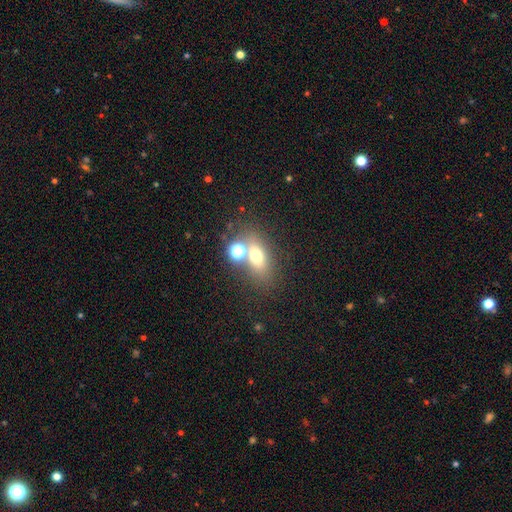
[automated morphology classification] A smooth galaxy with no disk features (64%) that is in between round and cigar-shaped (62%). Merging: none (56%).